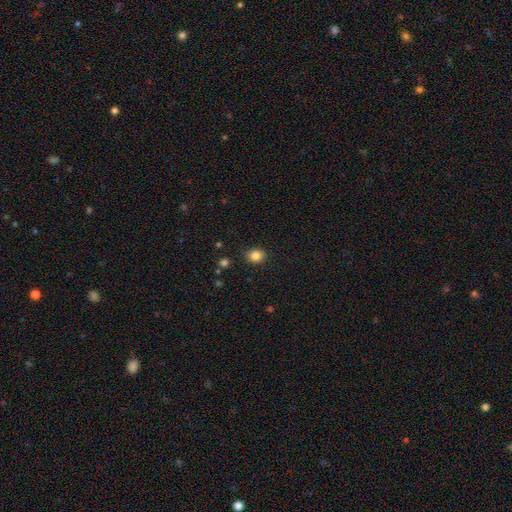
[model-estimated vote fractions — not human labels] Smooth or featured?
  - smooth: 84% *
  - star or artifact: 11%
  - featured or disk: 5%
How rounded?
  - round: 60% *
  - in between: 40%
  - cigar-shaped: 1%
Merging?
  - none: 87% *
  - minor disturbance: 9%
  - major disturbance: 2%
  - merger: 1%